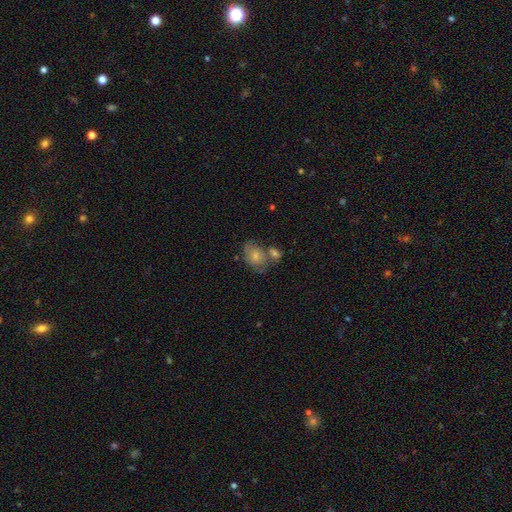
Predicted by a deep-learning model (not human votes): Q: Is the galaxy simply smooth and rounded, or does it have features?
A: featured or disk — 44%.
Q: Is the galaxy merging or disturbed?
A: none — 51%.